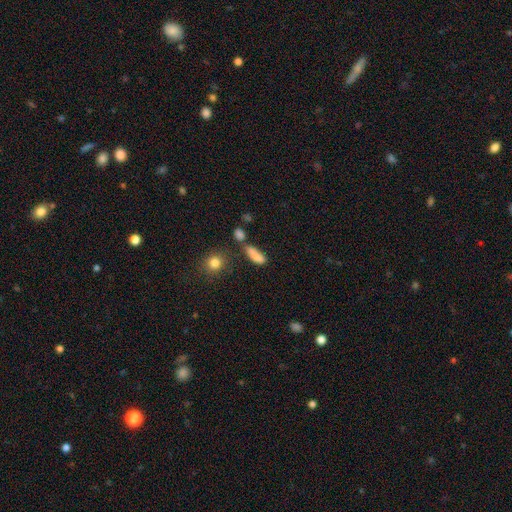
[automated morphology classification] Smooth or featured: smooth — 78% (star or artifact — 11%)
How rounded: in between — 54% (cigar-shaped — 41%)
Merging: none — 45% (merger — 23%)